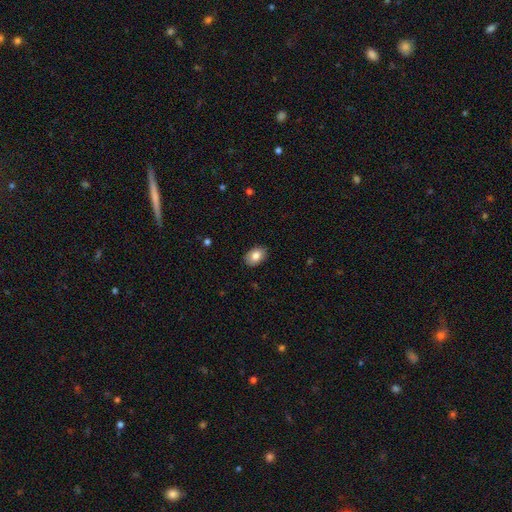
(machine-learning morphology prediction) Smooth or featured? smooth (83%)
How rounded? in between (82%)
Merging? none (87%)